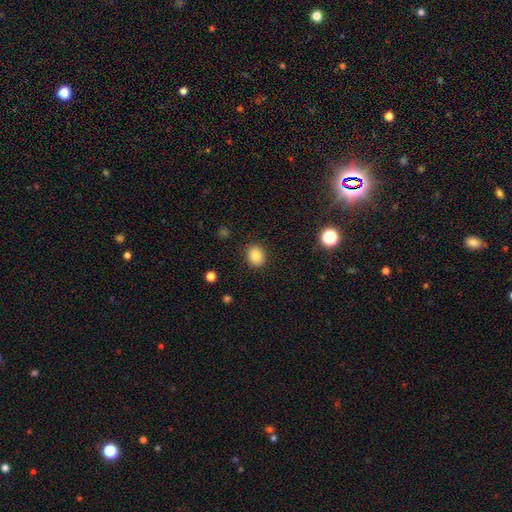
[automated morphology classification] smooth 86%, star or artifact 10%, featured or disk 4%. Down the decision tree: how rounded — round (55%); merging — none (89%).